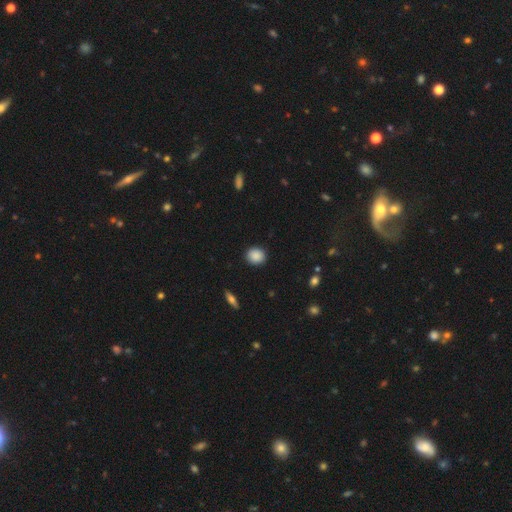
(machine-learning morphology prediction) The model was most divided on "how rounded": round: 80%, in between: 19%, cigar-shaped: 1%. More confident: merging — none (91%); smooth or featured — smooth (88%).